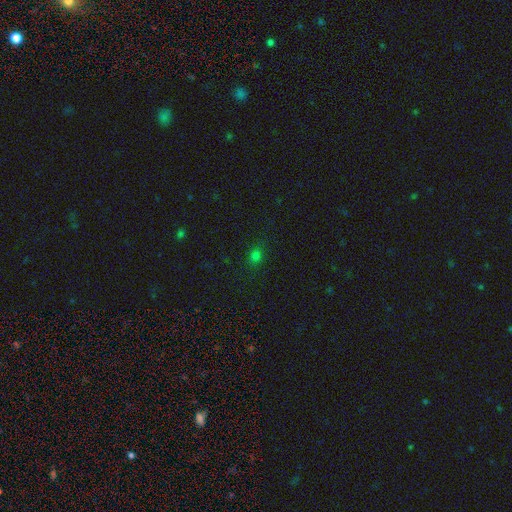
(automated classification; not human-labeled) smooth-or-featured: smooth: 74% | star or artifact: 21% | featured or disk: 5%
  how-rounded: round: 64% | in between: 35% | cigar-shaped: 1%
  merging: none: 84% | minor disturbance: 11% | major disturbance: 3% | merger: 2%